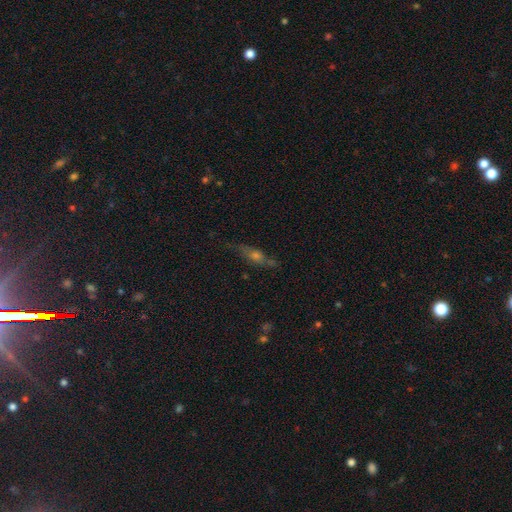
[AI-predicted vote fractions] featured or disk 52%, smooth 31%, star or artifact 17%. Down the decision tree: edge-on disk — yes (74%); merging — none (68%).